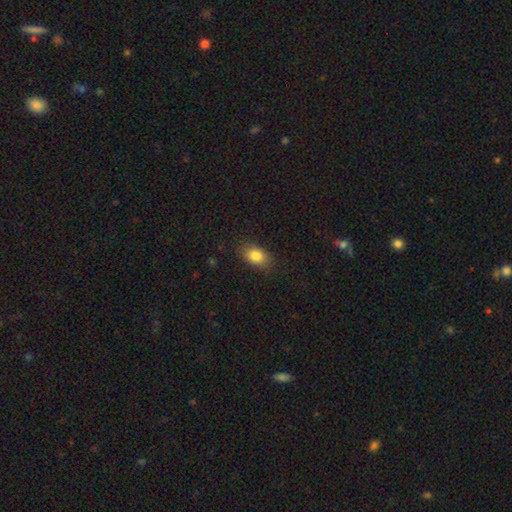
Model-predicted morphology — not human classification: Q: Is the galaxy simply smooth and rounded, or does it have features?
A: smooth — 83%.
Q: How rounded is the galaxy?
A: in between — 83%.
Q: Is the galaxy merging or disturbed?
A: none — 85%.